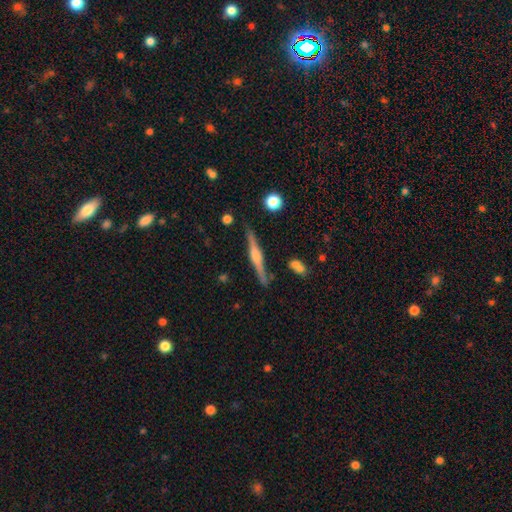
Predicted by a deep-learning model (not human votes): The model was most divided on "smooth or featured": featured or disk: 76%, smooth: 18%, star or artifact: 6%. More confident: edge-on disk — yes (98%); merging — none (87%); edge-on bulge — rounded (78%).